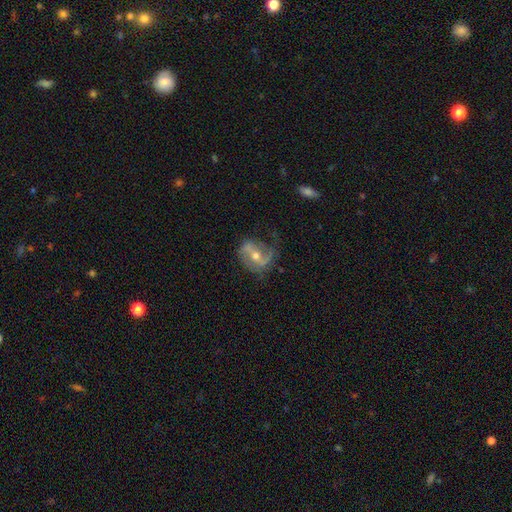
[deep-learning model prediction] Morphology: type=featured or disk (78%); edge-on=no (96%); bar=weak (38%); spiral arms=yes (88%); winding=loose (46%); arm count=2 (76%); bulge=moderate (63%); merging=none (61%).